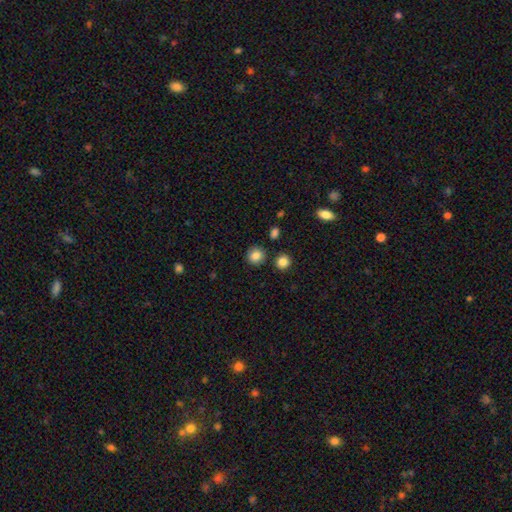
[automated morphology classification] The model was most divided on "smooth or featured": smooth: 85%, star or artifact: 10%, featured or disk: 5%. More confident: how rounded — round (91%); merging — none (88%).